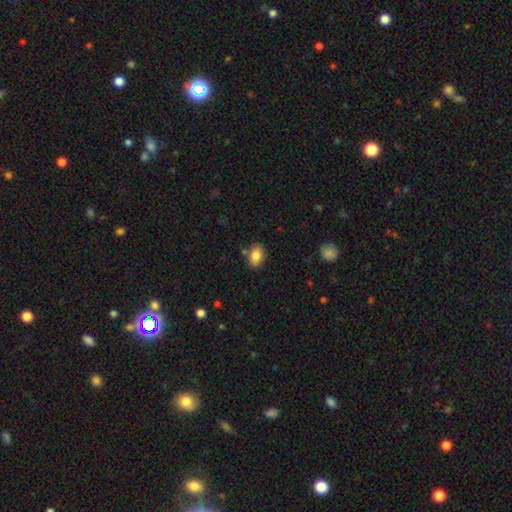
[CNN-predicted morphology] A smooth galaxy with no disk features (85%) that is in between round and cigar-shaped (84%). Merging: none (80%).